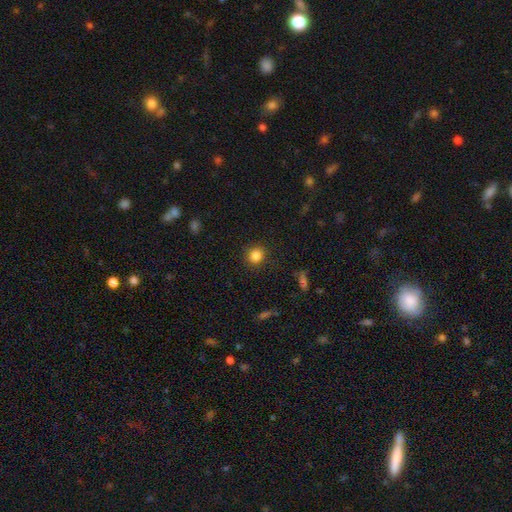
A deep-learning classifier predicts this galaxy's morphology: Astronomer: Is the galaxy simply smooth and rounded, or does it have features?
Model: smooth — 84%.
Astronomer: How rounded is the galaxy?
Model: round — 87%.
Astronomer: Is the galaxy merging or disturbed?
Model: none — 89%.